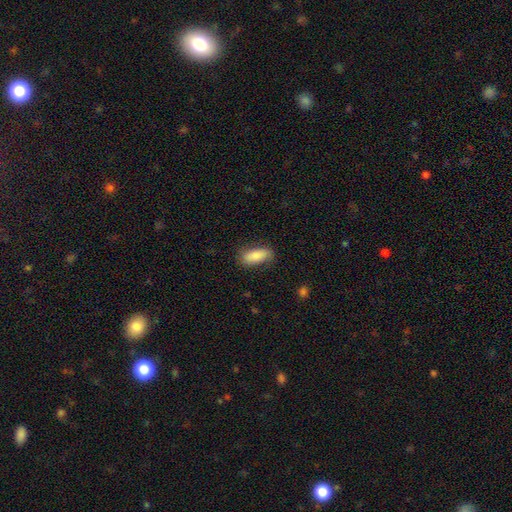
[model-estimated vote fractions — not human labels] This is clearly a smooth galaxy (84%). How rounded: clearly in between (81%). Merging: likely none (77%).